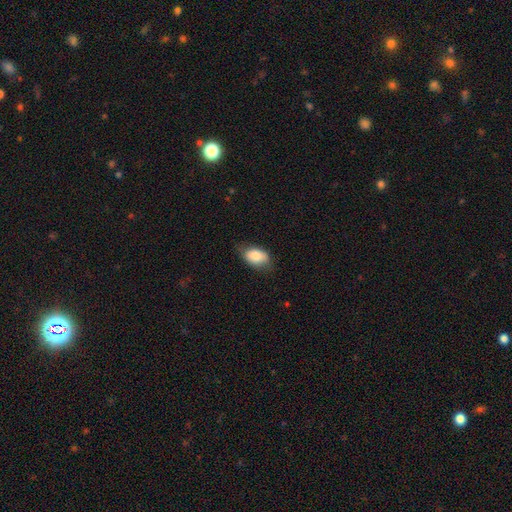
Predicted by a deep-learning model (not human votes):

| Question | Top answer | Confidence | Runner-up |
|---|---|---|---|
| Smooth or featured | smooth | 81% | featured or disk (12%) |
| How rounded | in between | 88% | round (10%) |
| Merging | none | 72% | minor disturbance (22%) |